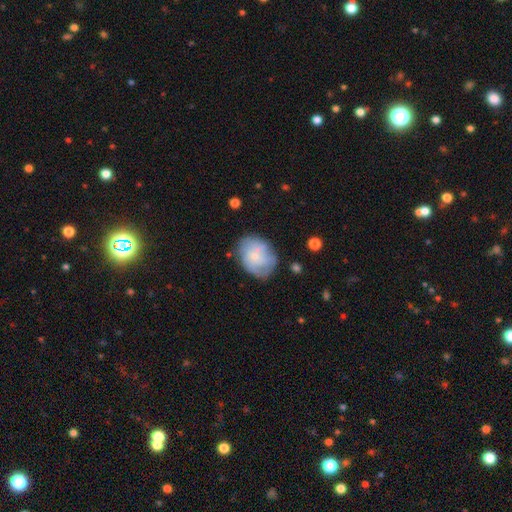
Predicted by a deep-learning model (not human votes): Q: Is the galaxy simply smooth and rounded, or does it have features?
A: smooth — 55%.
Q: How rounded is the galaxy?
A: in between — 53%.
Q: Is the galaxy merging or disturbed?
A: none — 62%.